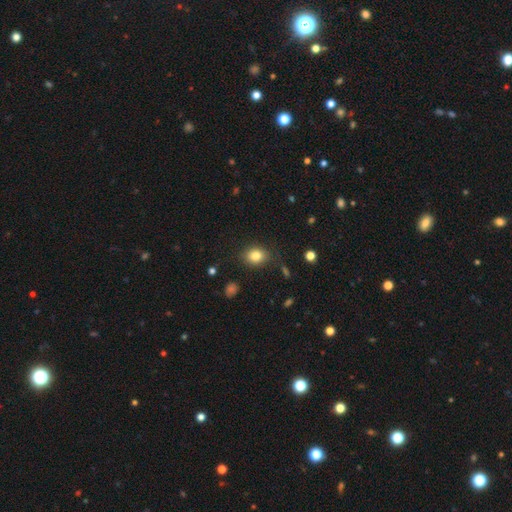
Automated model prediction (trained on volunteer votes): Overall: smooth (82%). How rounded: in between (59%; round 40%). Merging: none (82%).